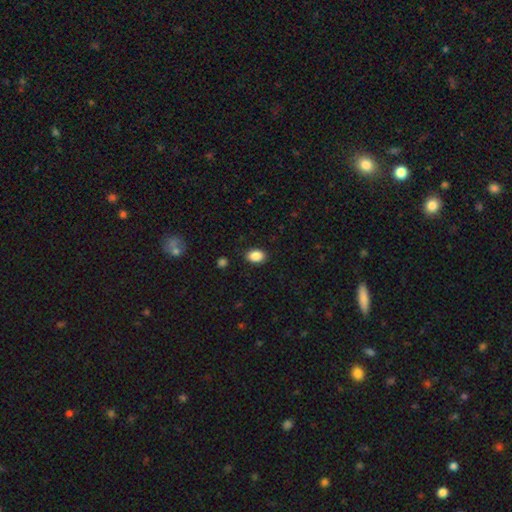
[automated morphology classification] Smooth or featured? smooth (88%)
How rounded? in between (77%)
Merging? none (88%)